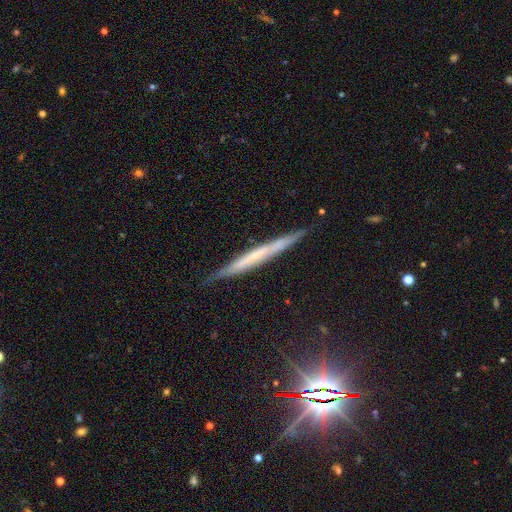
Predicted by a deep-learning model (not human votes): Smooth or featured? featured or disk (59%)
Edge-on disk? yes (94%)
Edge-on bulge? none (76%)
Merging? none (83%)